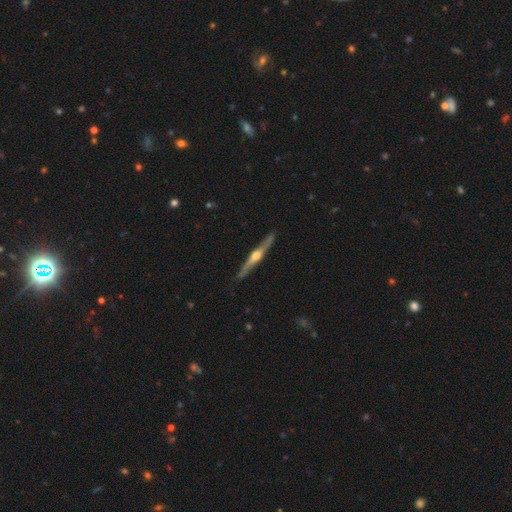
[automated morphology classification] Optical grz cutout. It shows a featured or disk galaxy (78%) viewed edge-on (97%) with a rounded central bulge (91%). Merging: none (89%).